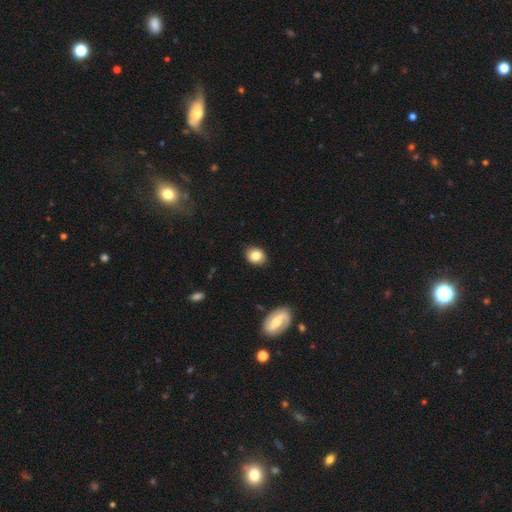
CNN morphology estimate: smooth 80%, featured or disk 12%, star or artifact 8%. Down the decision tree: how rounded — in between (54%); merging — none (86%).